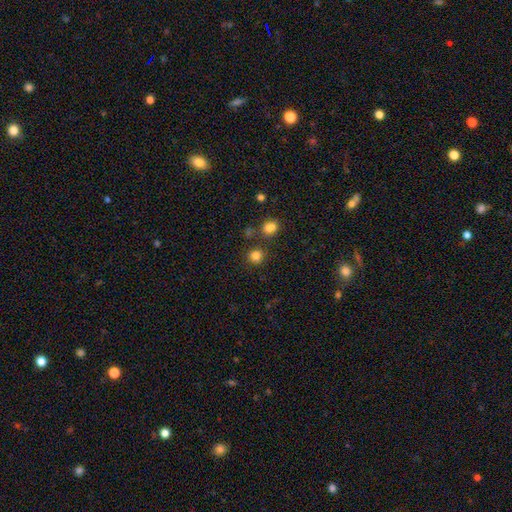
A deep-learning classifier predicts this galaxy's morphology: Overall: smooth (82%). How rounded: round (88%). Merging: none (80%).